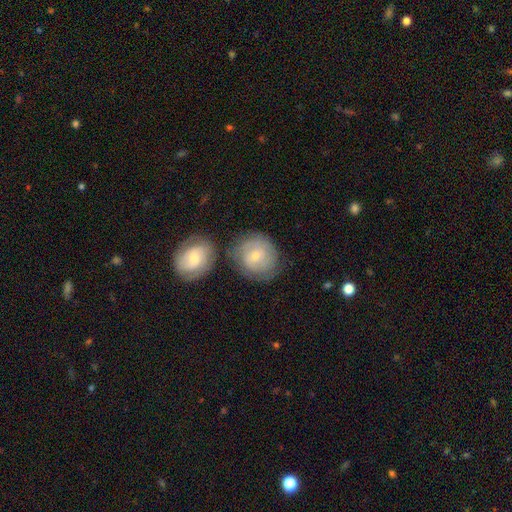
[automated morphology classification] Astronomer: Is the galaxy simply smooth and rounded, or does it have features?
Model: smooth — 51% (runner-up: featured or disk, 42%).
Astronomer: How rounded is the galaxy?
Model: round — 83%.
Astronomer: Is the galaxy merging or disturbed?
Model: none — 59%.